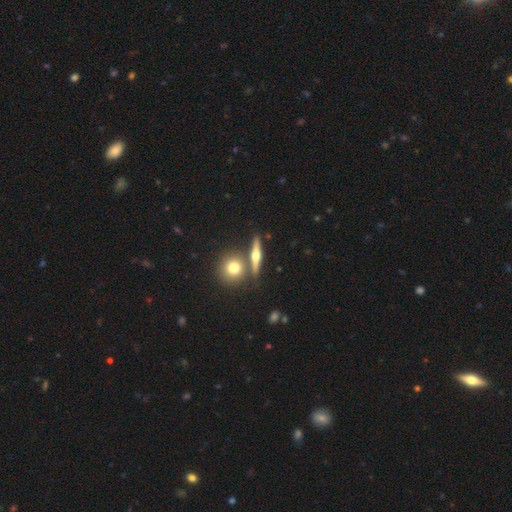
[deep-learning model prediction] featured or disk 63%, smooth 29%, star or artifact 8%. Down the decision tree: edge-on disk — yes (95%); edge-on bulge — rounded (94%); merging — none (78%).